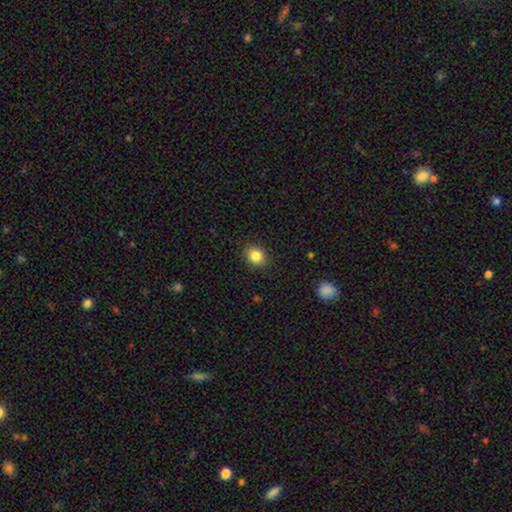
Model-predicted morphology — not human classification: smooth_or_featured: smooth (p=0.84) [alt: star or artifact p=0.10]
how_rounded: round (p=0.68) [alt: in between p=0.31]
merging: none (p=0.89) [alt: minor disturbance p=0.07]